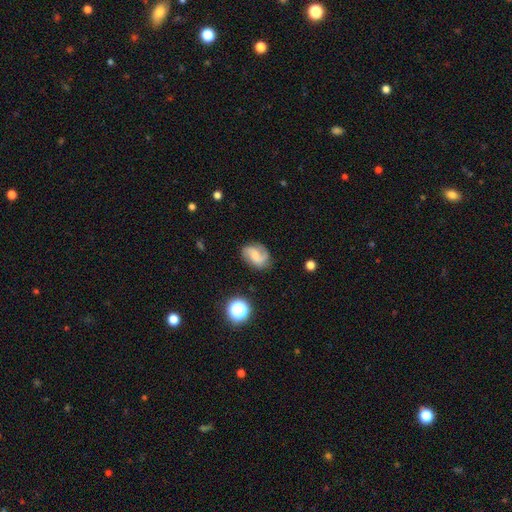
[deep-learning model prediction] Smooth or featured? featured or disk (59%)
Edge-on disk? no (97%)
Bar? no (50%)
Spiral arms? yes (93%)
Spiral winding? medium (42%)
Spiral arm count? 2 (70%)
Bulge size? none (39%)
Merging? none (71%)